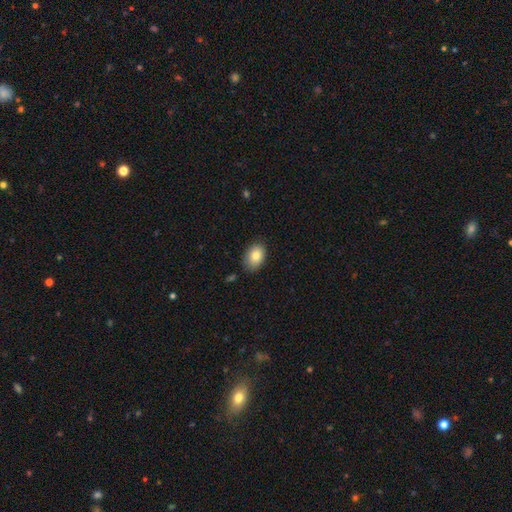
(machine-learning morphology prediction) The model was most divided on "how rounded": in between: 83%, round: 16%, cigar-shaped: 1%. More confident: smooth or featured — smooth (83%); merging — none (82%).